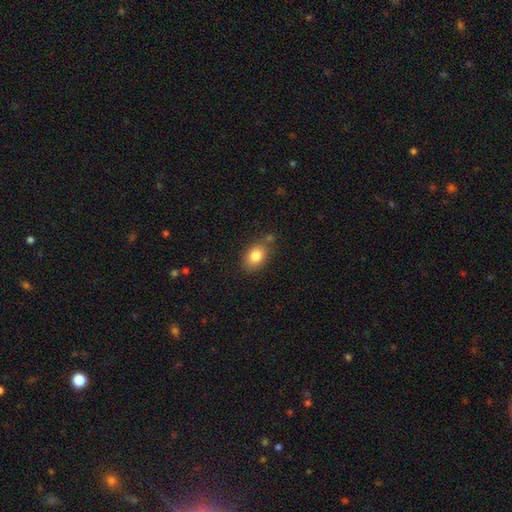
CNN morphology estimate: A smooth galaxy with no disk features (83%) that is in between round and cigar-shaped (80%). Merging: none (75%).